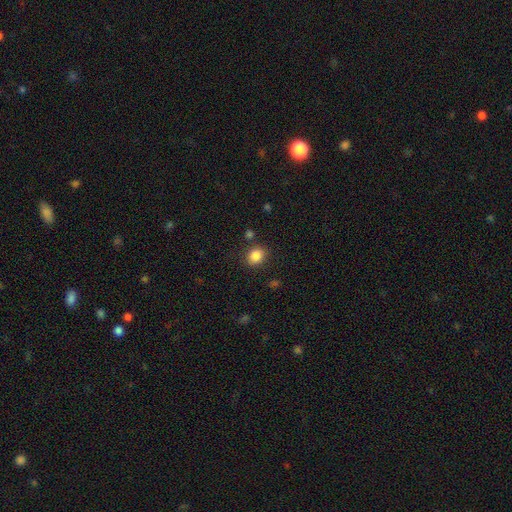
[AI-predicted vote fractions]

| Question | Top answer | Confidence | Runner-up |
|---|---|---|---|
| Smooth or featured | smooth | 86% | star or artifact (10%) |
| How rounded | round | 65% | in between (34%) |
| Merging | none | 83% | minor disturbance (10%) |